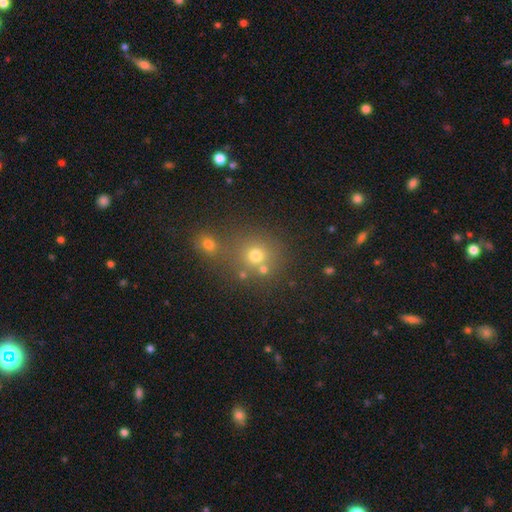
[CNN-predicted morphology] Smooth or featured? smooth (68%)
How rounded? round (87%)
Merging? none (61%)